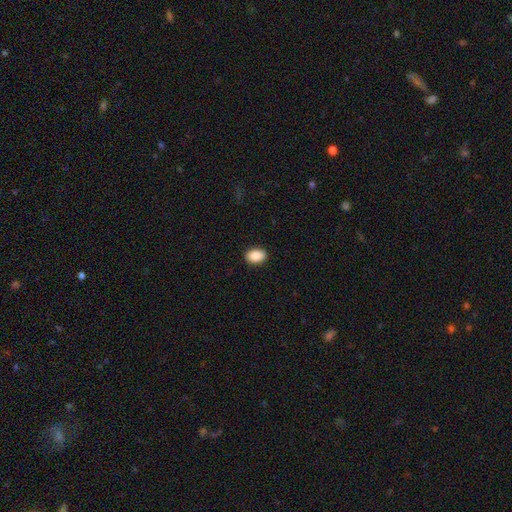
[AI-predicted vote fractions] Smooth or featured?
  - smooth: 90% *
  - star or artifact: 7%
  - featured or disk: 3%
How rounded?
  - in between: 82% *
  - round: 17%
  - cigar-shaped: 1%
Merging?
  - none: 90% *
  - minor disturbance: 7%
  - major disturbance: 2%
  - merger: 1%